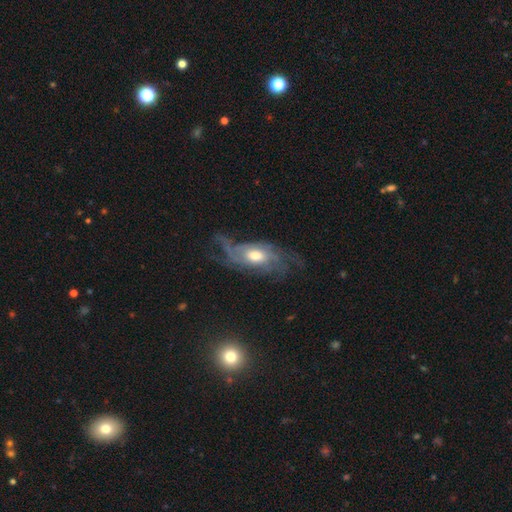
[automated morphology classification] Smooth or featured?
  - featured or disk: 81% *
  - smooth: 12%
  - star or artifact: 7%
Edge-on disk?
  - no: 91% *
  - yes: 9%
Bar?
  - no: 69% *
  - weak: 25%
  - strong: 5%
Spiral arms?
  - yes: 91% *
  - no: 9%
Spiral winding?
  - medium: 40% *
  - tight: 34%
  - loose: 26%
Spiral arm count?
  - can't tell: 34% *
  - 3: 21%
  - 2: 18%
  - 4: 13%
  - more than 4: 7%
  - 1: 7%
Bulge size?
  - moderate: 67% *
  - large: 21%
  - small: 9%
  - none: 1%
  - dominant: 1%
Merging?
  - none: 55% *
  - major disturbance: 22%
  - minor disturbance: 21%
  - merger: 2%